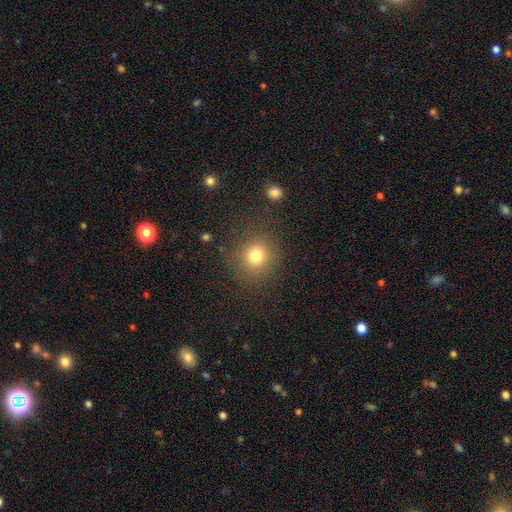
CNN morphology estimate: type=smooth (78%); roundness=round (85%); merging=none (83%).